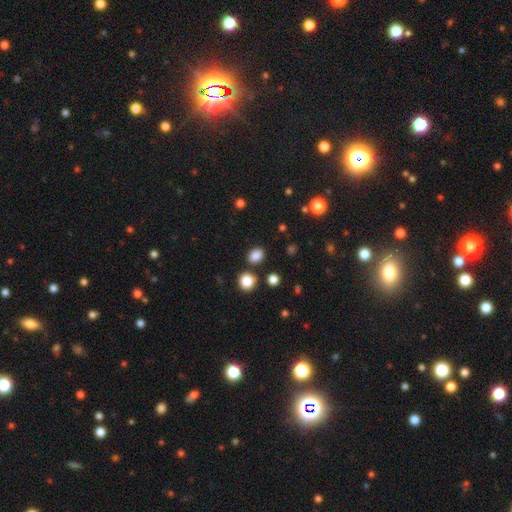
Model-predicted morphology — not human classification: smooth_or_featured: smooth (p=0.84) [alt: star or artifact p=0.12]
how_rounded: in between (p=0.52) [alt: round p=0.46]
merging: none (p=0.81) [alt: minor disturbance p=0.09]